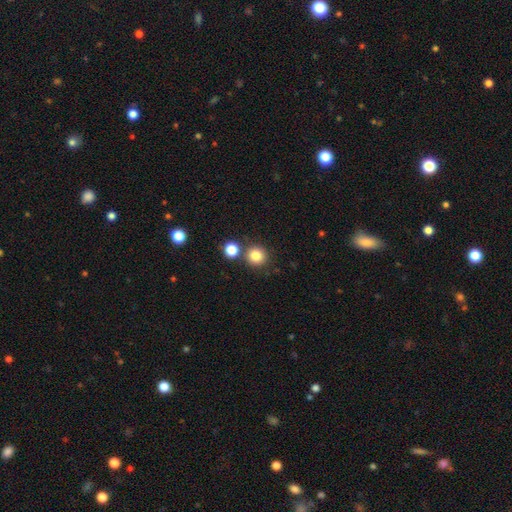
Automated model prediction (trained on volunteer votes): Q: Smooth or featured?
A: smooth (82%); runner-up: star or artifact (12%)
Q: How rounded?
A: round (92%); runner-up: in between (7%)
Q: Merging?
A: none (77%); runner-up: merger (13%)